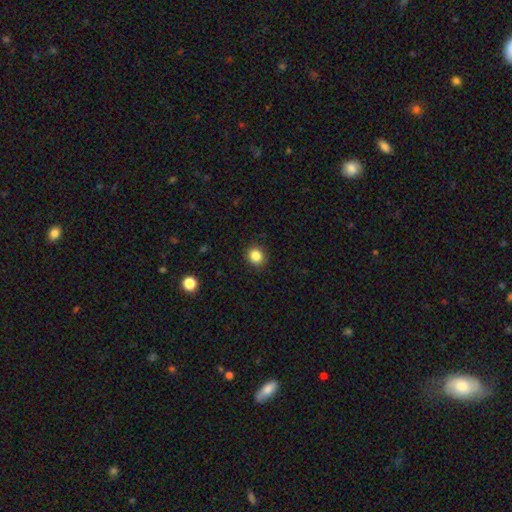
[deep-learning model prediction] A smooth galaxy with no disk features (85%) that is round (82%).

Vote fractions:
- Smooth or featured? smooth: 85% / star or artifact: 11% / featured or disk: 4%
- How rounded? round: 82% / in between: 17% / cigar-shaped: 1%
- Merging? none: 90% / minor disturbance: 7% / major disturbance: 2% / merger: 1%